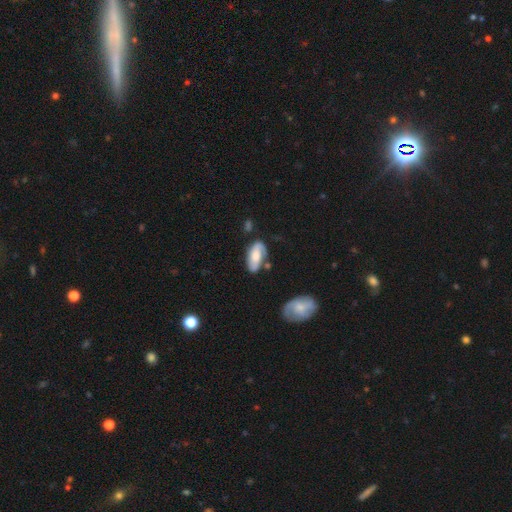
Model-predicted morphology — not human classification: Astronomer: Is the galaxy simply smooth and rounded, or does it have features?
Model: featured or disk — 57% (runner-up: smooth, 36%).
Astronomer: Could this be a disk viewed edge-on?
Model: no — 93%.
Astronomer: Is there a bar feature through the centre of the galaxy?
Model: no — 56% (runner-up: weak, 32%).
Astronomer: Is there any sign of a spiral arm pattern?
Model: yes — 87%.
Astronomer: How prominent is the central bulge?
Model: moderate — 38% (runner-up: large, 29%).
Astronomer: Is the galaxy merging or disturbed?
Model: none — 60%.